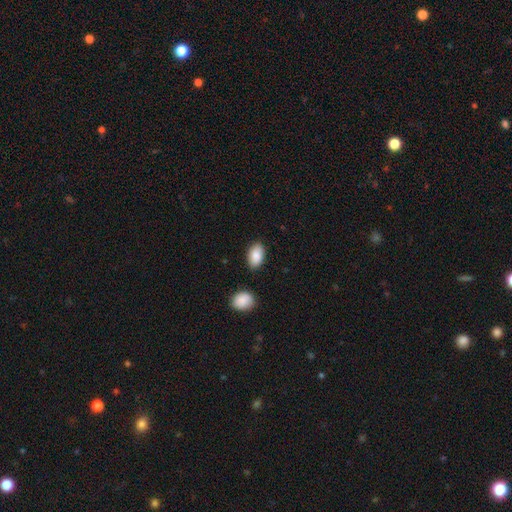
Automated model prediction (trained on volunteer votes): Q: Smooth or featured?
A: smooth (88%); runner-up: star or artifact (7%)
Q: How rounded?
A: in between (92%); runner-up: round (6%)
Q: Merging?
A: none (82%); runner-up: minor disturbance (11%)